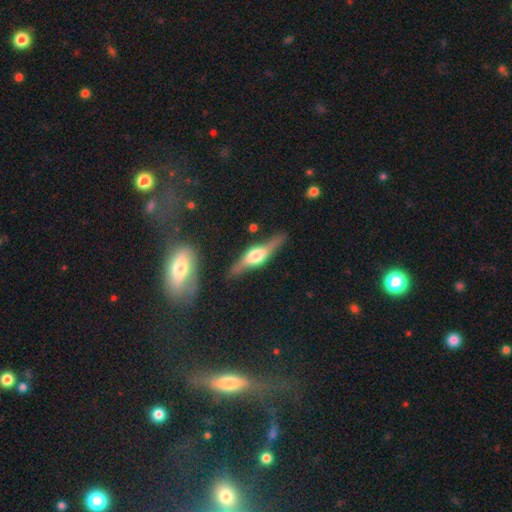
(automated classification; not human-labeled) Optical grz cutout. It shows a featured or disk galaxy (77%) viewed edge-on (95%) with a rounded central bulge (86%). Merging: none (82%).